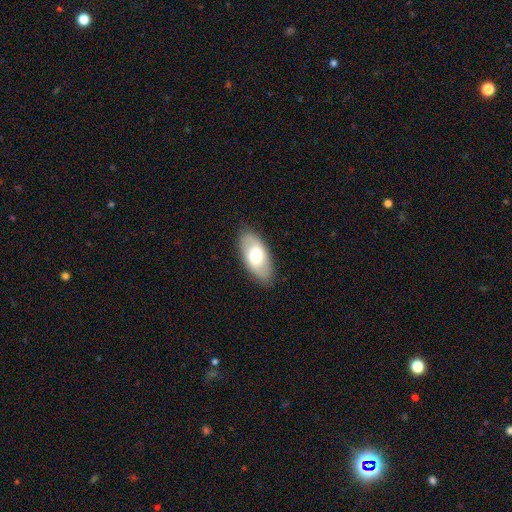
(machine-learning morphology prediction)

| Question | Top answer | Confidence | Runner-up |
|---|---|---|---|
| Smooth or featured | smooth | 65% | featured or disk (29%) |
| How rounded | in between | 92% | cigar-shaped (5%) |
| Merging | none | 85% | minor disturbance (11%) |